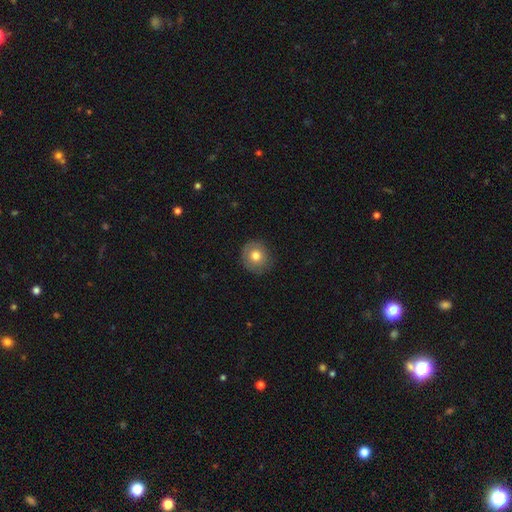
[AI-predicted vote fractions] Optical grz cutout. It shows a smooth galaxy with no disk features (73%) that is round (90%). Merging: none (84%).